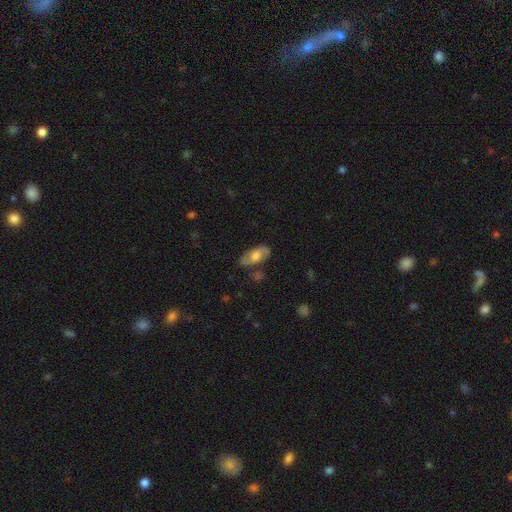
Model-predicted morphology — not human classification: Q: Smooth or featured?
A: featured or disk (48%); runner-up: smooth (45%)
Q: Merging?
A: none (75%); runner-up: minor disturbance (17%)